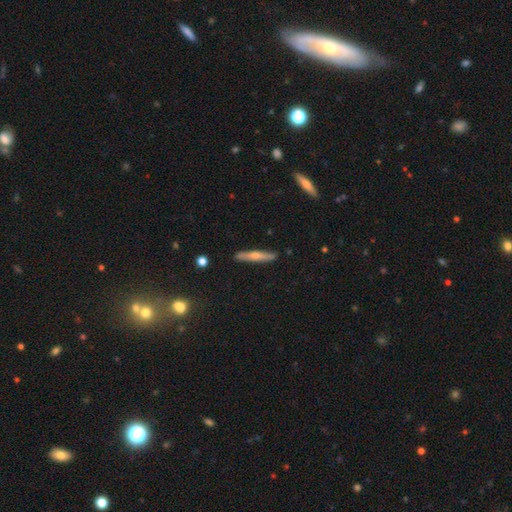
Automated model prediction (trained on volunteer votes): Smooth or featured? smooth (55%)
How rounded? cigar-shaped (93%)
Merging? none (89%)